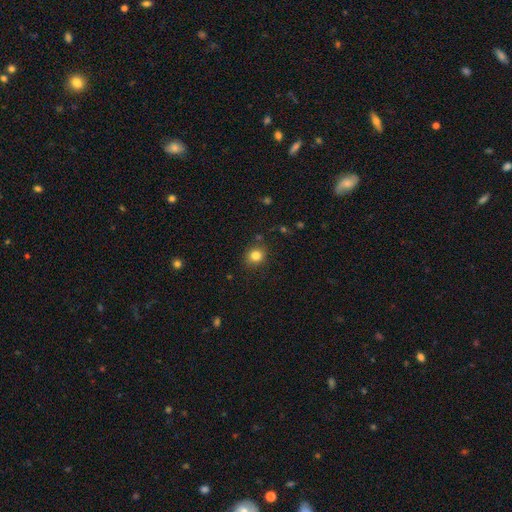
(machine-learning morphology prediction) smooth-or-featured: smooth: 82% | star or artifact: 12% | featured or disk: 6%
  how-rounded: round: 76% | in between: 23% | cigar-shaped: 1%
  merging: none: 84% | minor disturbance: 11% | major disturbance: 3% | merger: 2%